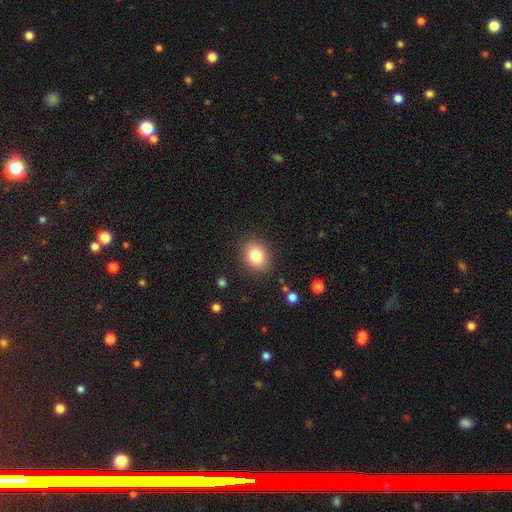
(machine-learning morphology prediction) Smooth or featured? smooth (83%)
How rounded? round (52%)
Merging? none (87%)